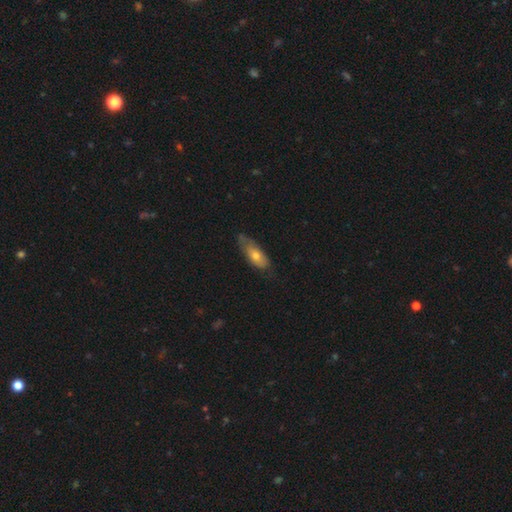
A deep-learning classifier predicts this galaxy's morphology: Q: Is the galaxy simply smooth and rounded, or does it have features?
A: smooth — 64%.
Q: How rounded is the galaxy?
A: in between — 76%.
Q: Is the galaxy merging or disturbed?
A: none — 55%.